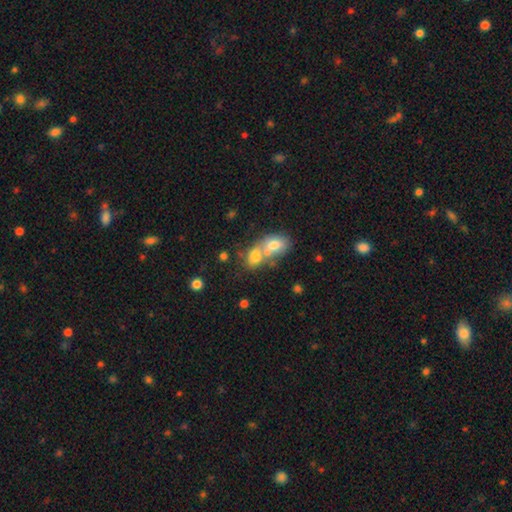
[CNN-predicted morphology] A smooth galaxy with no disk features (63%) that is in between round and cigar-shaped (52%).

Vote fractions:
- Smooth or featured? smooth: 63% / featured or disk: 23% / star or artifact: 14%
- How rounded? in between: 52% / round: 46% / cigar-shaped: 3%
- Merging? merger: 70% / none: 21% / minor disturbance: 6% / major disturbance: 3%